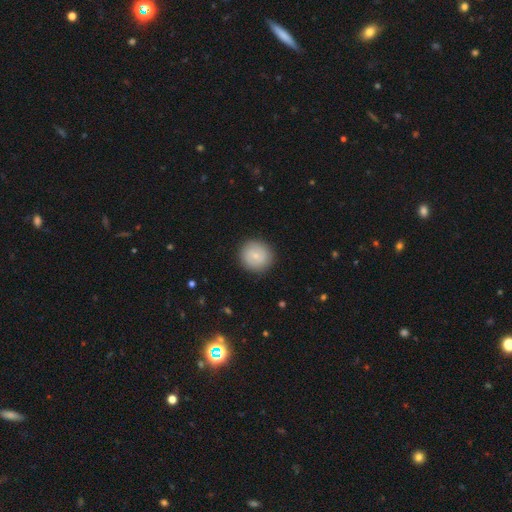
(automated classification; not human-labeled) smooth_or_featured: smooth (p=0.73) [alt: featured or disk p=0.20]
how_rounded: round (p=0.92) [alt: in between p=0.07]
merging: none (p=0.89) [alt: minor disturbance p=0.07]